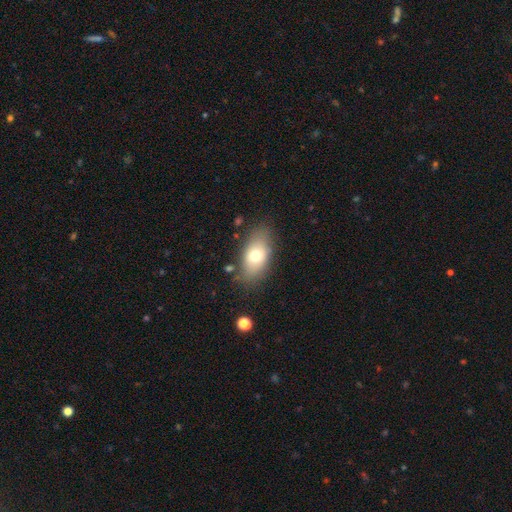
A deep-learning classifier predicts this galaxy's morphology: Smooth or featured: smooth — 70% (featured or disk — 21%)
How rounded: in between — 87% (round — 8%)
Merging: none — 78% (minor disturbance — 15%)